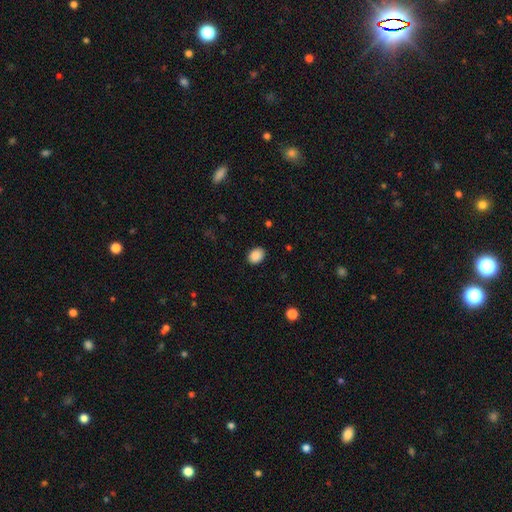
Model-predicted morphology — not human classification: This appears to be a smooth galaxy with no disk features (89%) that is in between round and cigar-shaped (64%). Merging: none (89%).